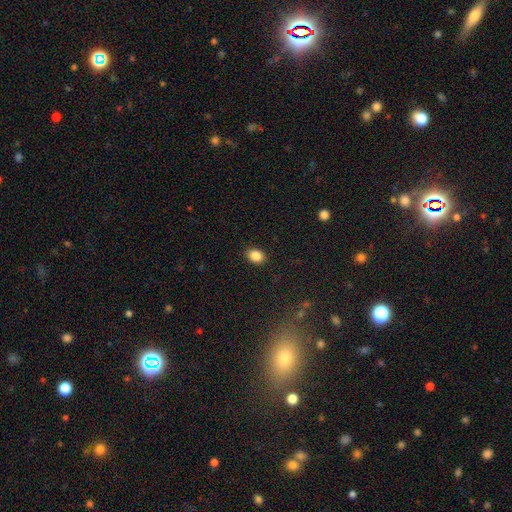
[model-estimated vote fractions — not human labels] This is clearly a smooth galaxy (87%). How rounded: likely in between (67%). Merging: clearly none (87%).